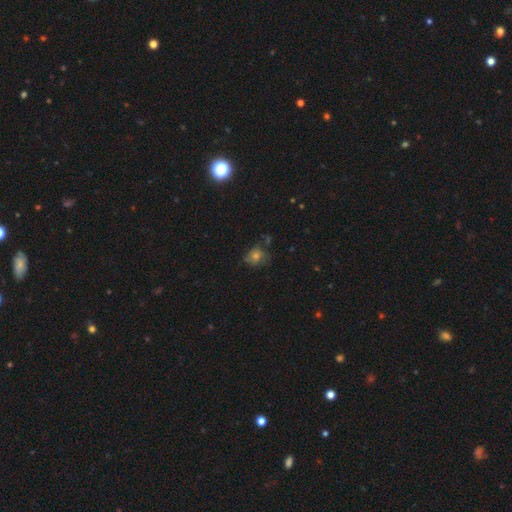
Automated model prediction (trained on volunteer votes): Smooth or featured? Predicted: smooth (p=0.60). How rounded? Predicted: round (p=0.68). Merging? Predicted: none (p=0.63).